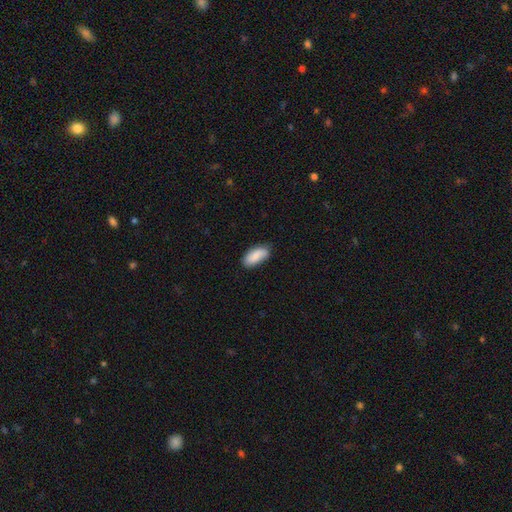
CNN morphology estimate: smooth-or-featured: smooth: 84% | featured or disk: 10% | star or artifact: 6%
  how-rounded: in between: 87% | cigar-shaped: 11% | round: 2%
  merging: none: 77% | minor disturbance: 18% | major disturbance: 3% | merger: 2%